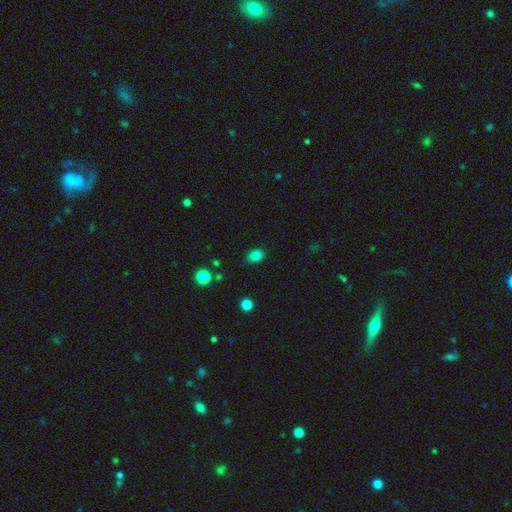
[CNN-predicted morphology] Q: Smooth or featured?
A: smooth (82%); runner-up: star or artifact (12%)
Q: How rounded?
A: in between (58%); runner-up: round (41%)
Q: Merging?
A: none (85%); runner-up: minor disturbance (11%)